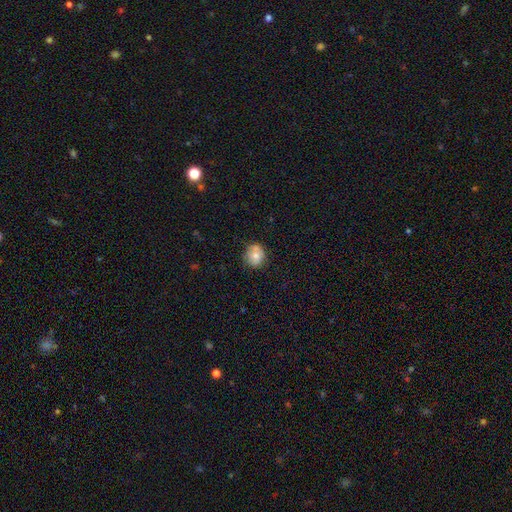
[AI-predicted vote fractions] The model was most divided on "merging": none: 70%, minor disturbance: 22%, major disturbance: 4%, merger: 4%. More confident: how rounded — round (77%); smooth or featured — smooth (73%).